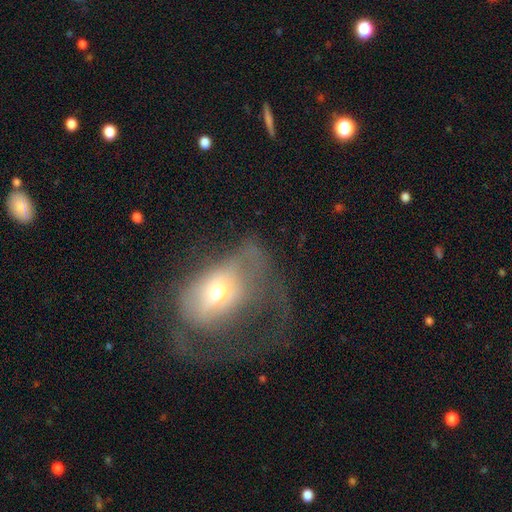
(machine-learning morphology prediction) featured or disk 46%, smooth 43%, star or artifact 11%. Down the decision tree: merging — major disturbance (62%).